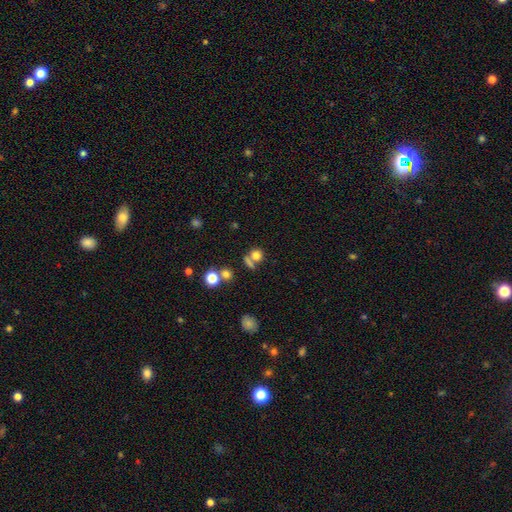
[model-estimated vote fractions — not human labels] Q: Smooth or featured?
A: smooth (75%); runner-up: star or artifact (16%)
Q: How rounded?
A: round (82%); runner-up: in between (16%)
Q: Merging?
A: none (54%); runner-up: merger (31%)